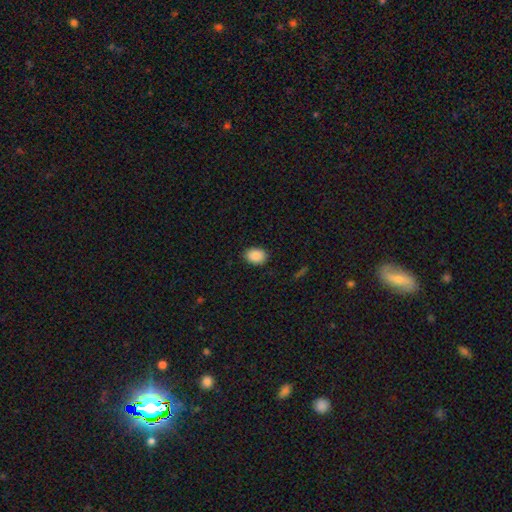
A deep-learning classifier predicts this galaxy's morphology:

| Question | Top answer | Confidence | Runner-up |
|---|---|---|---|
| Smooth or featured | smooth | 88% | star or artifact (7%) |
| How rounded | in between | 71% | round (28%) |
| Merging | none | 88% | minor disturbance (8%) |